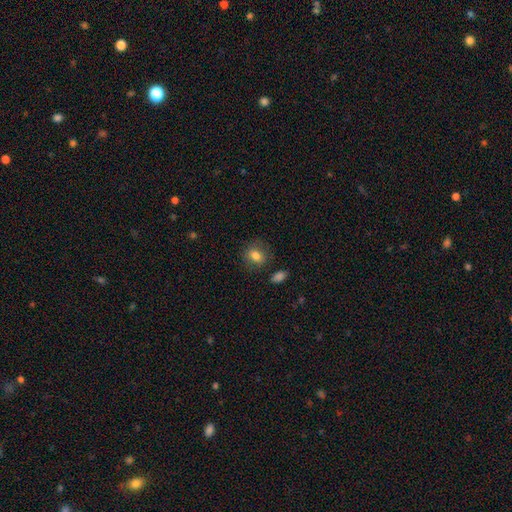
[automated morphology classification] The model was most divided on "how rounded": round: 54%, in between: 44%, cigar-shaped: 2%. More confident: smooth or featured — smooth (80%); merging — none (79%).